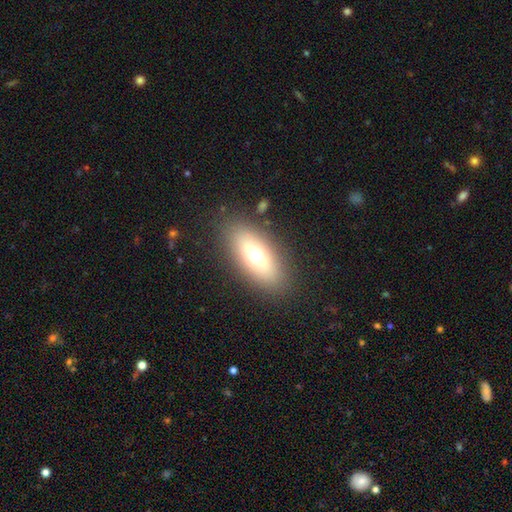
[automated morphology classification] smooth 65%, featured or disk 26%, star or artifact 10%. Down the decision tree: how rounded — in between (80%); merging — none (85%).